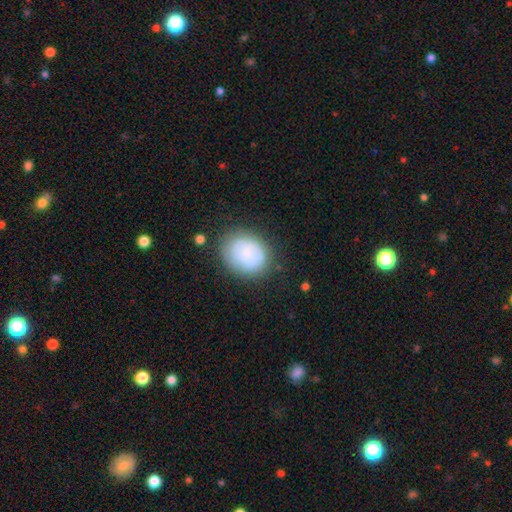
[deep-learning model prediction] The model was most divided on "how rounded": round: 64%, in between: 35%, cigar-shaped: 1%. More confident: smooth or featured — smooth (69%); merging — none (65%).